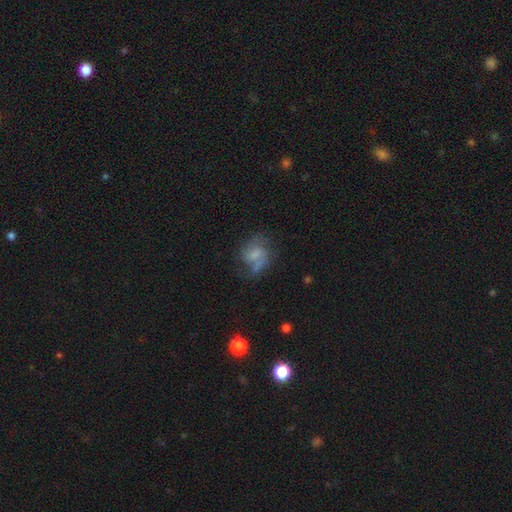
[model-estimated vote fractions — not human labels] This is possibly a featured or disk galaxy (48%). Merging: marginally none (42%).